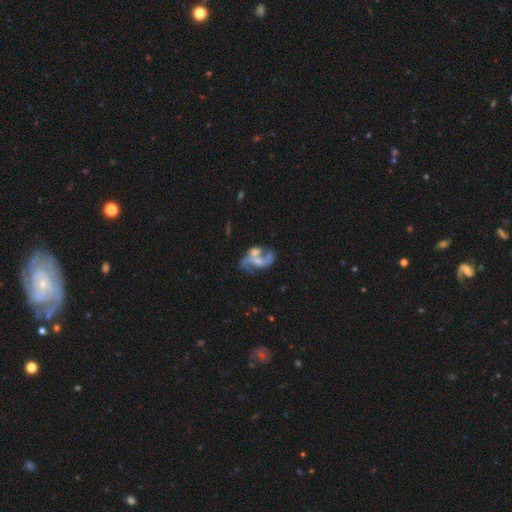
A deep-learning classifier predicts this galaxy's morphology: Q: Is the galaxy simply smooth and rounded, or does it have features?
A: featured or disk — 74%.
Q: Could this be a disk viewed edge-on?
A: no — 97%.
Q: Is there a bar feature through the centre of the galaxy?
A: no — 60%.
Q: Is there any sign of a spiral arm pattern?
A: yes — 74%.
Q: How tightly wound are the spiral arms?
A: loose — 62%.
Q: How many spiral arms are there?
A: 2 — 75%.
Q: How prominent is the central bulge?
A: moderate — 36%.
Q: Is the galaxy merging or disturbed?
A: merger — 37%.